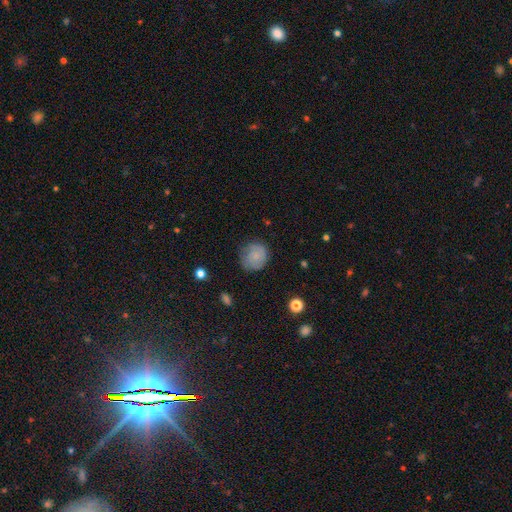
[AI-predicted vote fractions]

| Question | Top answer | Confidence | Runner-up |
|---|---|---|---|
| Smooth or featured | smooth | 59% | featured or disk (33%) |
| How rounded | round | 83% | in between (16%) |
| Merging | none | 71% | minor disturbance (21%) |